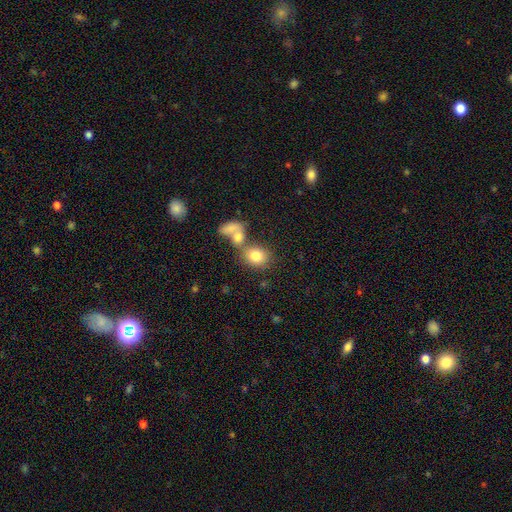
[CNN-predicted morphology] The model was most divided on "merging": none: 50%, merger: 34%, minor disturbance: 10%, major disturbance: 5%. More confident: smooth or featured — smooth (79%); how rounded — round (57%).